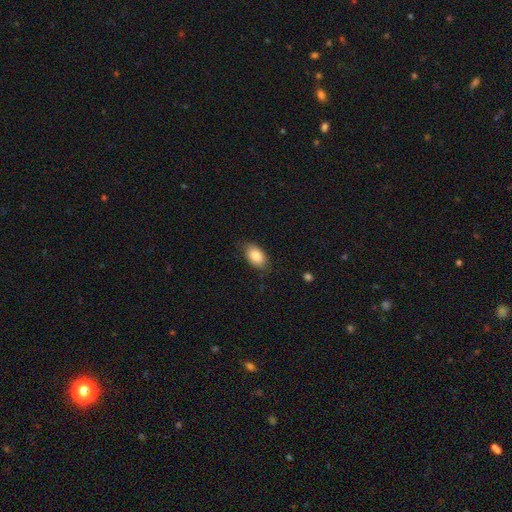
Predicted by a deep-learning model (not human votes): Smooth or featured? smooth (84%)
How rounded? in between (90%)
Merging? none (80%)